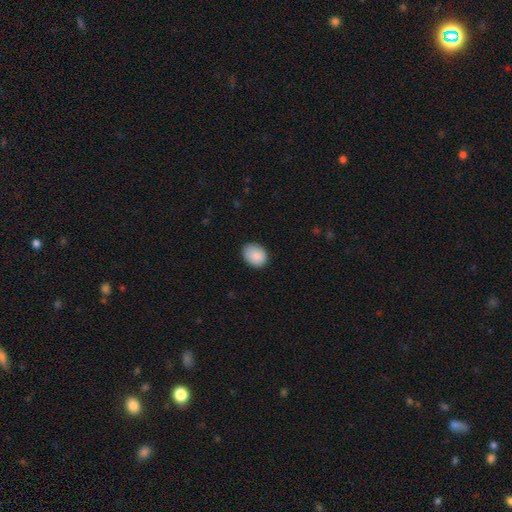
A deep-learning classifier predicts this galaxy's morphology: This is clearly a smooth galaxy (88%). How rounded: possibly in between (56%). Merging: clearly none (81%).